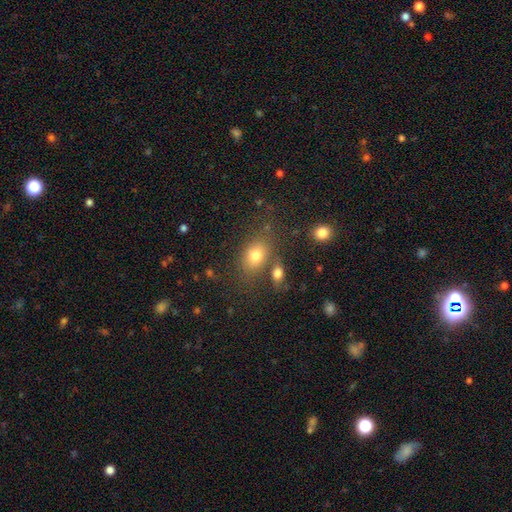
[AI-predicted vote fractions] smooth_or_featured: smooth (p=0.76) [alt: star or artifact p=0.12]
how_rounded: in between (p=0.72) [alt: round p=0.26]
merging: none (p=0.66) [alt: merger p=0.15]